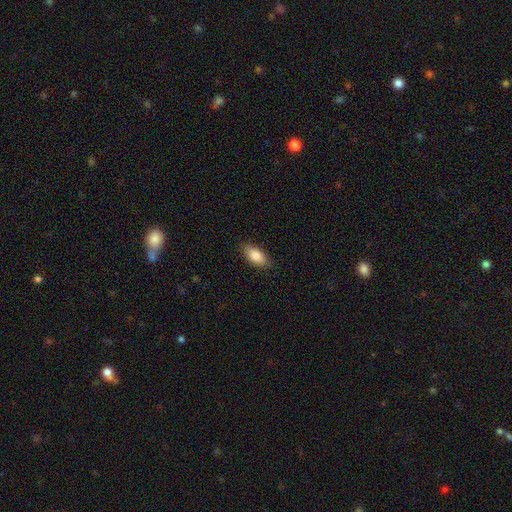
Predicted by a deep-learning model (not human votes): This appears to be a smooth galaxy with no disk features (86%) that is in between round and cigar-shaped (91%). Merging: none (86%).